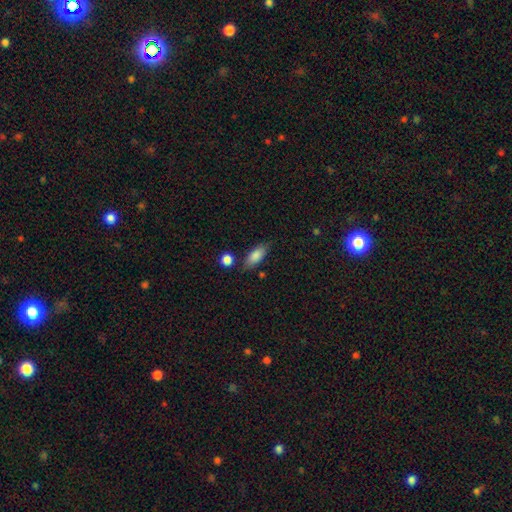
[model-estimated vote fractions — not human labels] This appears to be a smooth galaxy with no disk features (83%) that is in between round and cigar-shaped (80%). Merging: none (74%).